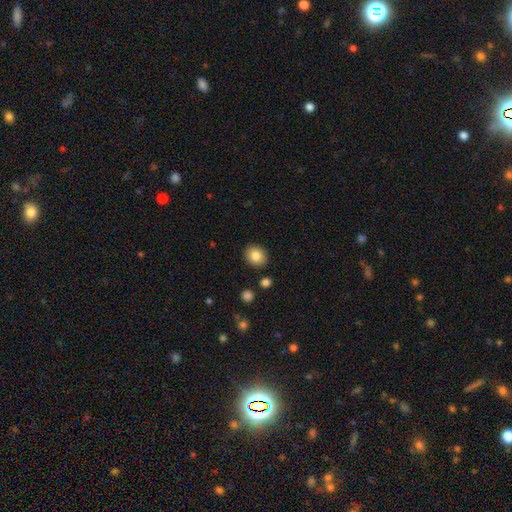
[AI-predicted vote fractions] The model was most divided on "how rounded": round: 71%, in between: 29%, cigar-shaped: 1%. More confident: merging — none (89%); smooth or featured — smooth (83%).